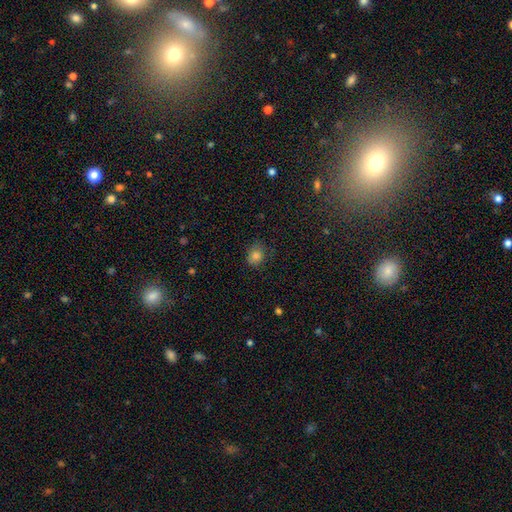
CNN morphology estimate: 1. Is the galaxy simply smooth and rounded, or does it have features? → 81% smooth, 13% star or artifact, 6% featured or disk.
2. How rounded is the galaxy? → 59% round, 40% in between, 1% cigar-shaped.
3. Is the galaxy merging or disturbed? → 75% none, 20% minor disturbance, 4% major disturbance, 1% merger.